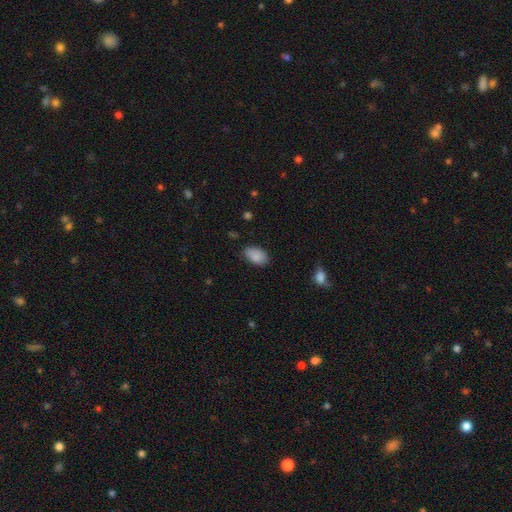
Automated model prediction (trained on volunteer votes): Smooth or featured? smooth (87%)
How rounded? in between (92%)
Merging? none (77%)